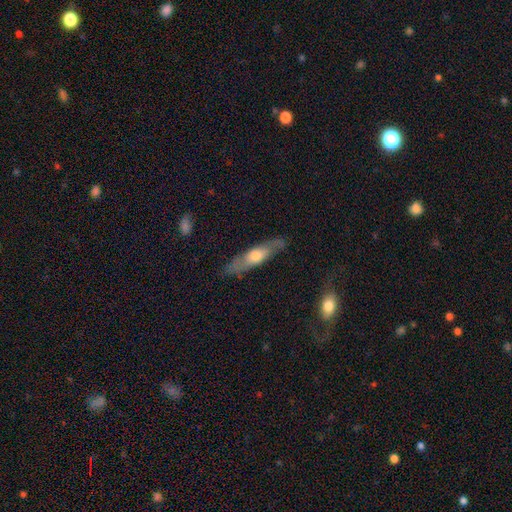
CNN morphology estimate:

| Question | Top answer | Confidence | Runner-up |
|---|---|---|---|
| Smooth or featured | featured or disk | 52% | smooth (42%) |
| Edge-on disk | yes | 68% | no (32%) |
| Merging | none | 81% | minor disturbance (14%) |